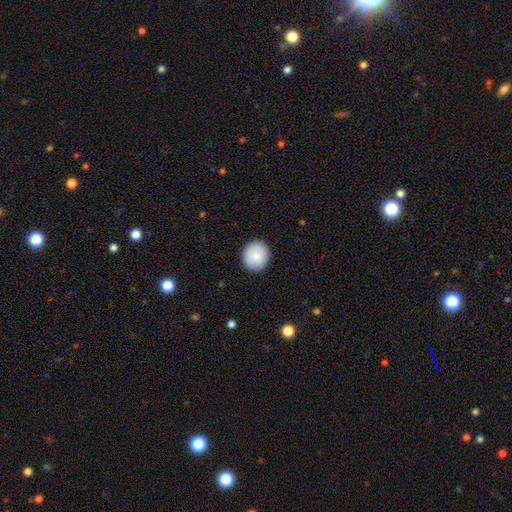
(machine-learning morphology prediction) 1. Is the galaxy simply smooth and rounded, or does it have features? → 84% smooth, 9% featured or disk, 6% star or artifact.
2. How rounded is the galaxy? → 73% round, 26% in between, 1% cigar-shaped.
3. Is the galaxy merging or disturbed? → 88% none, 9% minor disturbance, 2% major disturbance, 1% merger.